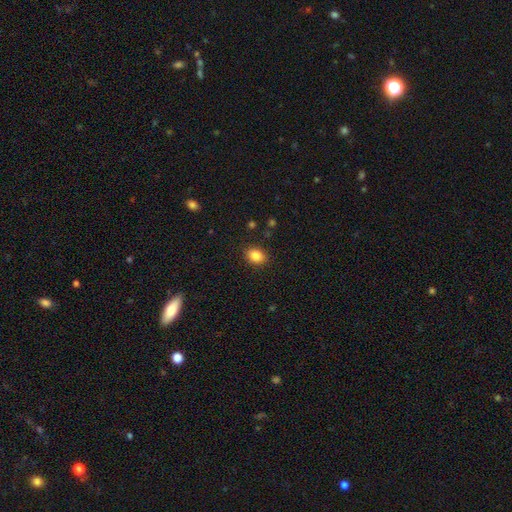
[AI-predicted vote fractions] Smooth or featured? Predicted: smooth (p=0.85). How rounded? Predicted: in between (p=0.56). Merging? Predicted: none (p=0.89).